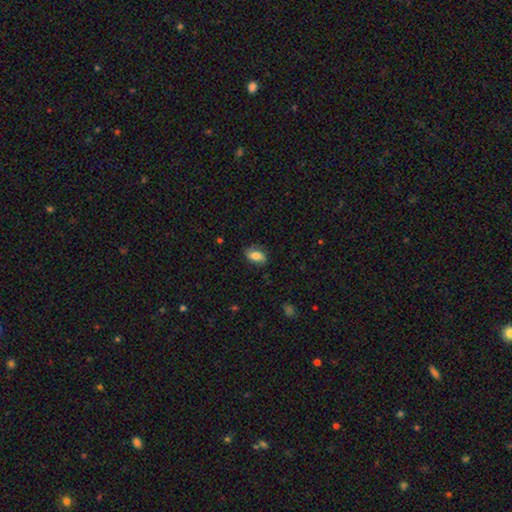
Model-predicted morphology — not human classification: This is likely a smooth galaxy (68%). How rounded: clearly in between (88%). Merging: likely none (76%).